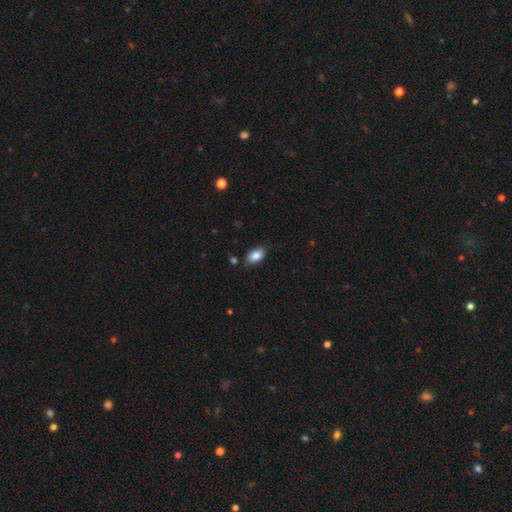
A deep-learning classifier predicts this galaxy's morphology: Smooth or featured? Predicted: smooth (p=0.85). How rounded? Predicted: in between (p=0.90). Merging? Predicted: none (p=0.82).